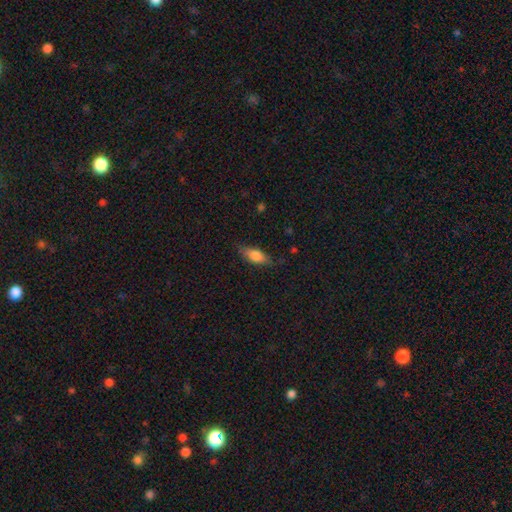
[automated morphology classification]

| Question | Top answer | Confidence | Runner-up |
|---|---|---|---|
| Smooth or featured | smooth | 72% | featured or disk (21%) |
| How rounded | in between | 72% | cigar-shaped (24%) |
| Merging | none | 76% | minor disturbance (18%) |